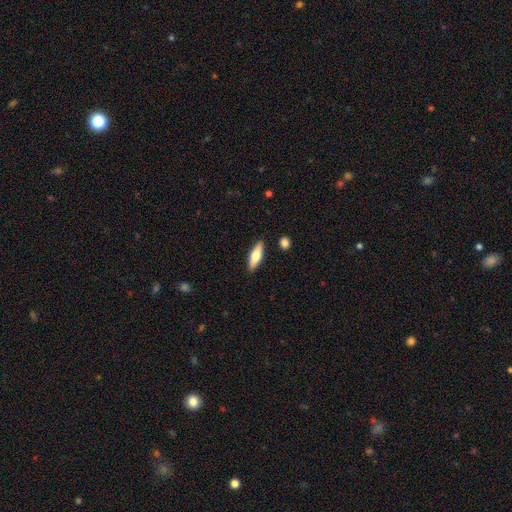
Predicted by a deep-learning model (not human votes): A smooth galaxy with no disk features (60%) that is cigar-shaped (50%).

Vote fractions:
- Smooth or featured? smooth: 60% / featured or disk: 34% / star or artifact: 6%
- How rounded? cigar-shaped: 50% / in between: 47% / round: 2%
- Merging? none: 87% / minor disturbance: 9% / merger: 2% / major disturbance: 2%